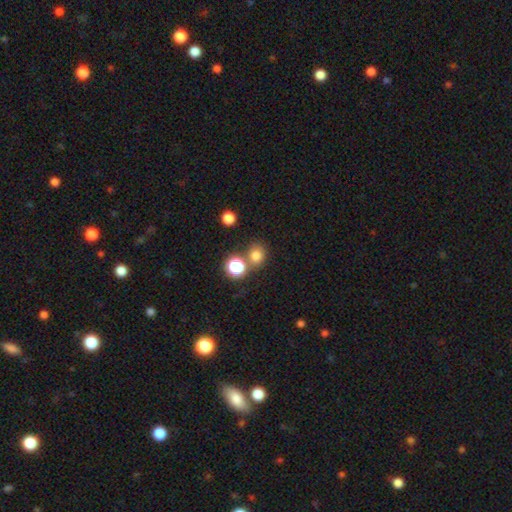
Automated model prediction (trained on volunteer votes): This is likely a smooth galaxy (76%). How rounded: likely round (77%). Merging: likely none (71%).